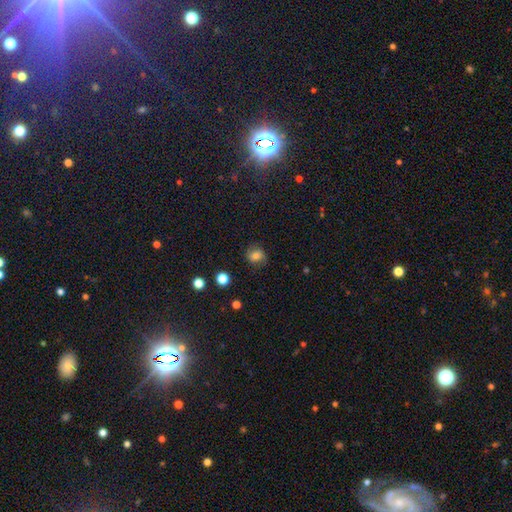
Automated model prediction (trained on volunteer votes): Smooth or featured: smooth — 69% (featured or disk — 18%)
How rounded: round — 75% (in between — 24%)
Merging: none — 76% (minor disturbance — 17%)